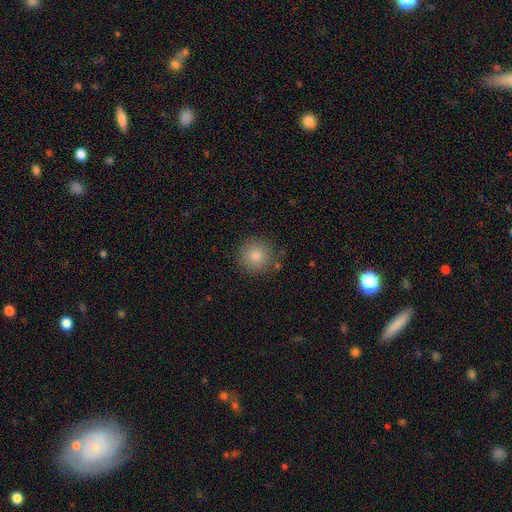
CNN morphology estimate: A smooth galaxy with no disk features (84%) that is round (94%). Merging: none (84%).